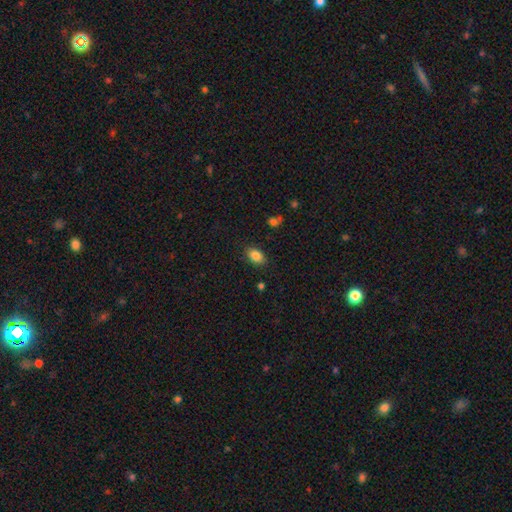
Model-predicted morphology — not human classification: smooth_or_featured: smooth (p=0.85) [alt: star or artifact p=0.09]
how_rounded: in between (p=0.85) [alt: round p=0.14]
merging: none (p=0.86) [alt: minor disturbance p=0.10]